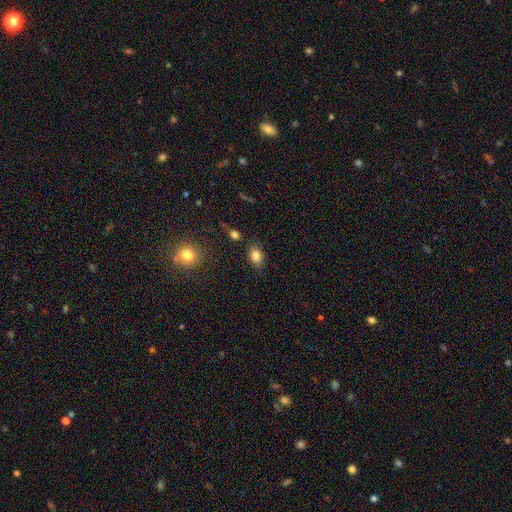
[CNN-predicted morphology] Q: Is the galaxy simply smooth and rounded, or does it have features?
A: smooth — 82%.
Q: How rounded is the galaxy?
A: in between — 75%.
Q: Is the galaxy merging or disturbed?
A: none — 78%.